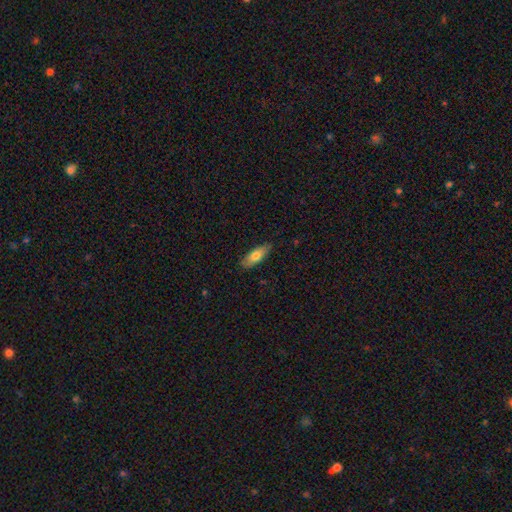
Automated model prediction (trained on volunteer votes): A smooth galaxy with no disk features (73%) that is in between round and cigar-shaped (67%).

Vote fractions:
- Smooth or featured? smooth: 73% / featured or disk: 21% / star or artifact: 6%
- How rounded? in between: 67% / cigar-shaped: 31% / round: 2%
- Merging? none: 85% / minor disturbance: 12% / major disturbance: 2% / merger: 1%